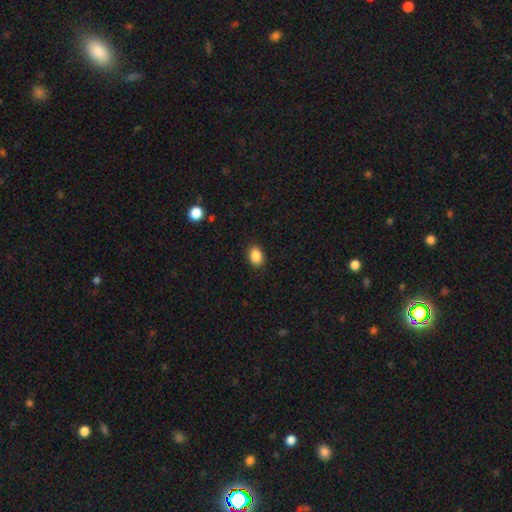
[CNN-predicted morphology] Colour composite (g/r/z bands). It shows a smooth galaxy with no disk features (87%) that is in between round and cigar-shaped (74%). Merging: none (89%).